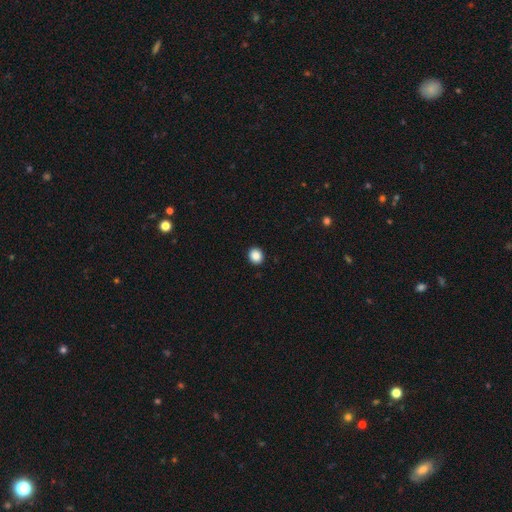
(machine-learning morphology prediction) Smooth or featured?
  - smooth: 88% *
  - star or artifact: 9%
  - featured or disk: 2%
How rounded?
  - round: 75% *
  - in between: 24%
  - cigar-shaped: 1%
Merging?
  - none: 93% *
  - minor disturbance: 5%
  - major disturbance: 2%
  - merger: 1%